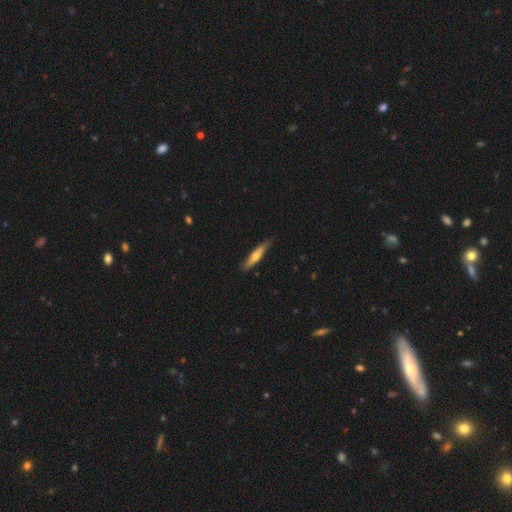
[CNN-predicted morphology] smooth 54%, featured or disk 40%, star or artifact 5%. Down the decision tree: how rounded — cigar-shaped (87%); merging — none (83%).